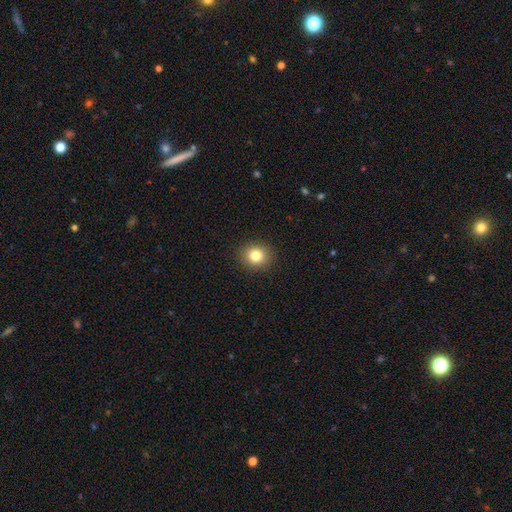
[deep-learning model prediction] Smooth or featured: smooth — 82% (star or artifact — 11%)
How rounded: round — 82% (in between — 17%)
Merging: none — 91% (minor disturbance — 6%)